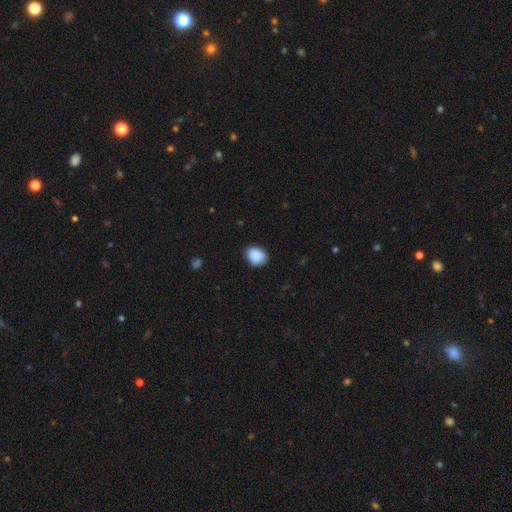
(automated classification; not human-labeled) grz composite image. It shows a smooth galaxy with no disk features (90%) that is round (57%). Merging: none (86%).